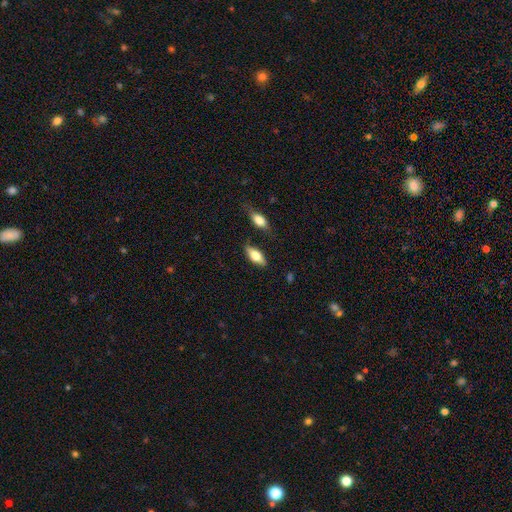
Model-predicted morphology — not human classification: This is possibly a smooth galaxy (57%). How rounded: likely in between (76%). Merging: likely none (79%).